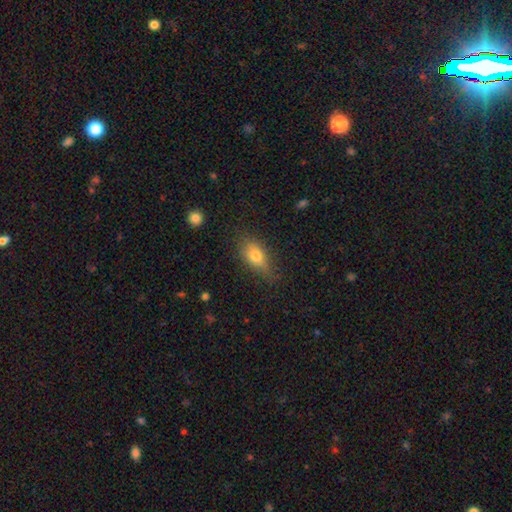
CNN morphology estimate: Q: Smooth or featured?
A: smooth (73%); runner-up: featured or disk (18%)
Q: How rounded?
A: in between (80%); runner-up: cigar-shaped (11%)
Q: Merging?
A: none (70%); runner-up: minor disturbance (22%)